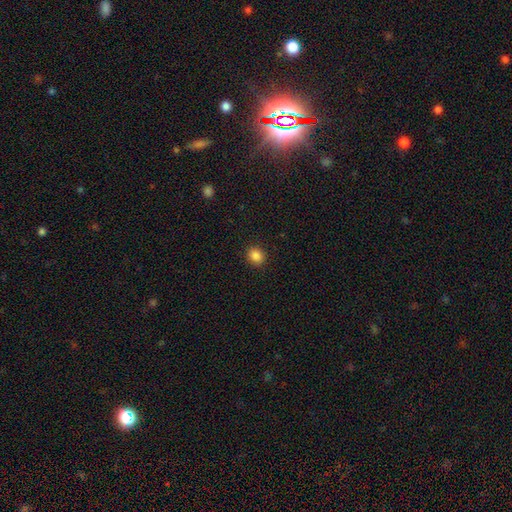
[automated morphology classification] Smooth or featured: smooth — 86% (star or artifact — 11%)
How rounded: round — 76% (in between — 23%)
Merging: none — 91% (minor disturbance — 6%)